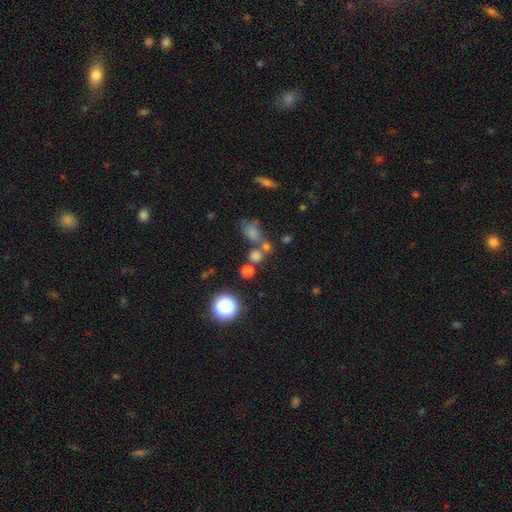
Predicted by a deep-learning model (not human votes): smooth-or-featured: smooth: 68% | star or artifact: 23% | featured or disk: 9%
  how-rounded: round: 80% | in between: 18% | cigar-shaped: 2%
  merging: none: 56% | merger: 30% | minor disturbance: 9% | major disturbance: 5%